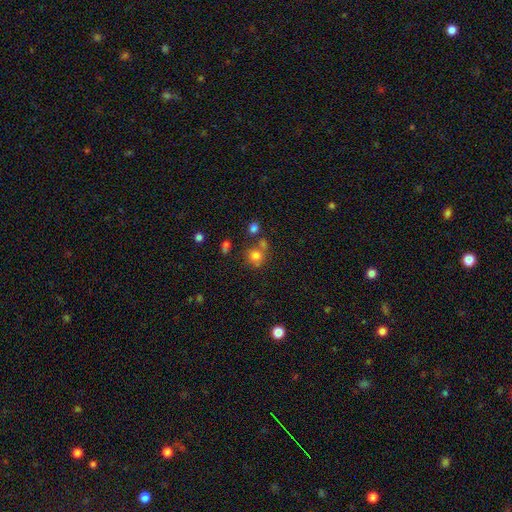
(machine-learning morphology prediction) This appears to be a smooth galaxy with no disk features (76%) that is round (84%). Merging: none (59%).